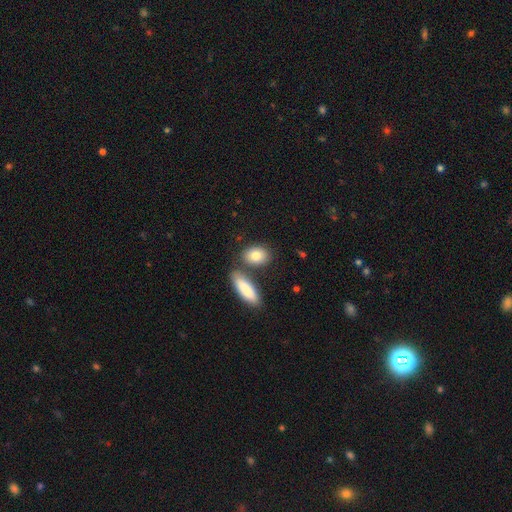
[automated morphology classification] This is clearly a smooth galaxy (83%). How rounded: likely in between (78%). Merging: likely none (65%).